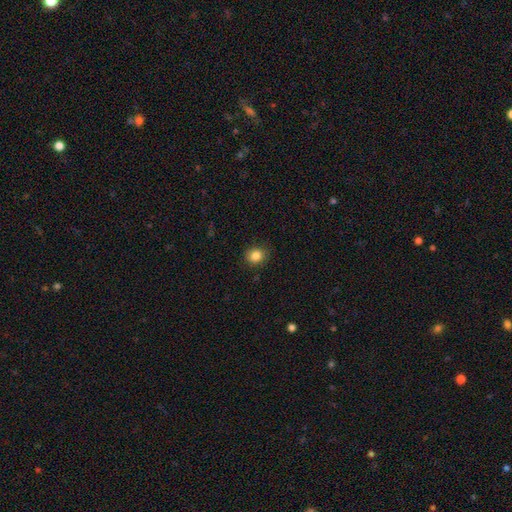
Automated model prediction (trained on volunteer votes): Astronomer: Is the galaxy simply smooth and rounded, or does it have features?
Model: smooth — 85%.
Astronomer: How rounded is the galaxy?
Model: round — 76%.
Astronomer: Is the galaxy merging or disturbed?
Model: none — 88%.